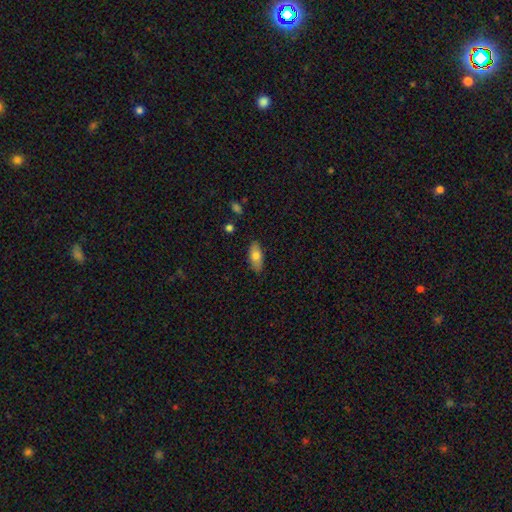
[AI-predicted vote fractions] smooth-or-featured: smooth: 76% | featured or disk: 17% | star or artifact: 7%
  how-rounded: in between: 83% | cigar-shaped: 15% | round: 3%
  merging: none: 87% | minor disturbance: 10% | major disturbance: 2% | merger: 1%